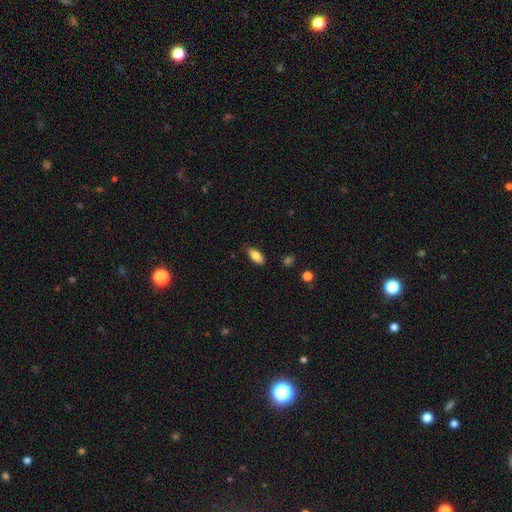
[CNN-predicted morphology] Overall: smooth (83%). How rounded: in between (88%). Merging: none (83%).